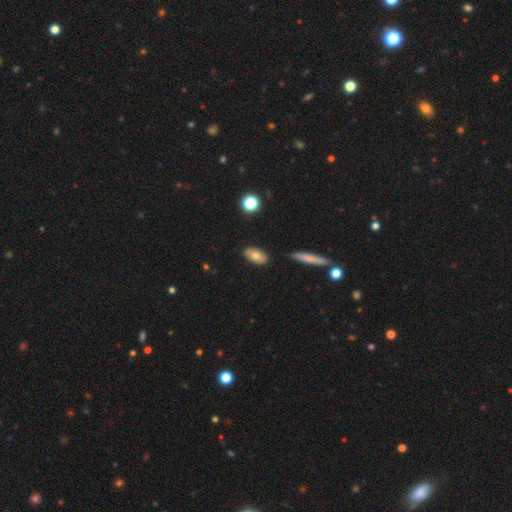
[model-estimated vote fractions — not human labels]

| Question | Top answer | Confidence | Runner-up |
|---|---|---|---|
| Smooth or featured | smooth | 67% | featured or disk (25%) |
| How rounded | in between | 89% | cigar-shaped (6%) |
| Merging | none | 83% | minor disturbance (11%) |